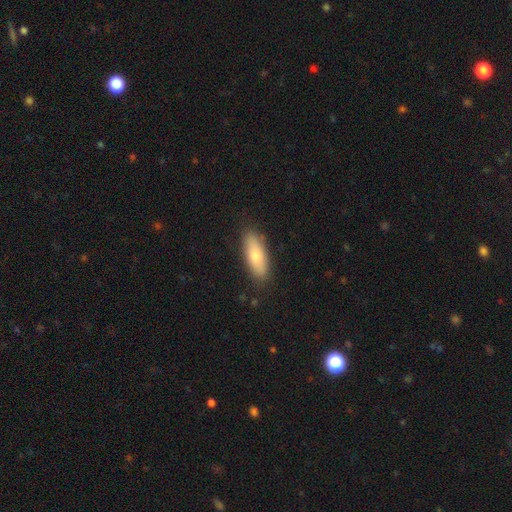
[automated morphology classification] Overall: smooth (77%). How rounded: in between (67%; cigar-shaped 31%). Merging: none (85%).